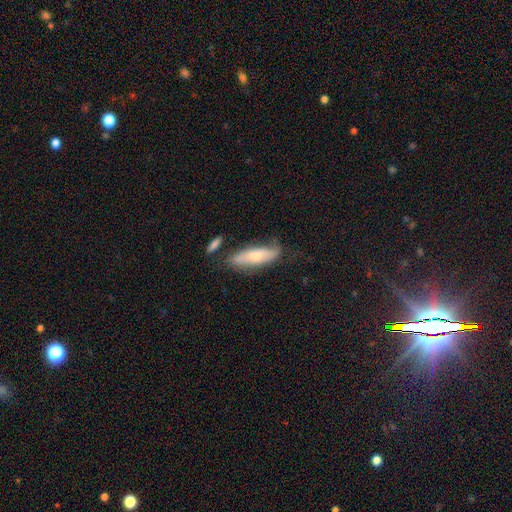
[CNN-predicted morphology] Overall: smooth (59%; featured or disk 35%). How rounded: in between (51%; cigar-shaped 47%). Merging: none (56%; minor disturbance 27%).